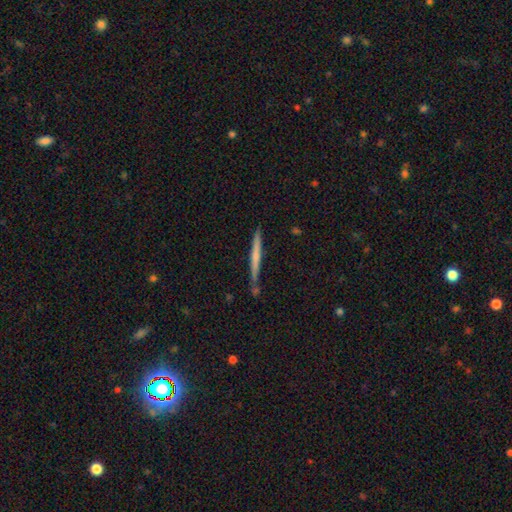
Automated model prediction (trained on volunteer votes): Smooth or featured: smooth — 52% (featured or disk — 42%)
How rounded: cigar-shaped — 97% (in between — 2%)
Merging: none — 81% (minor disturbance — 12%)